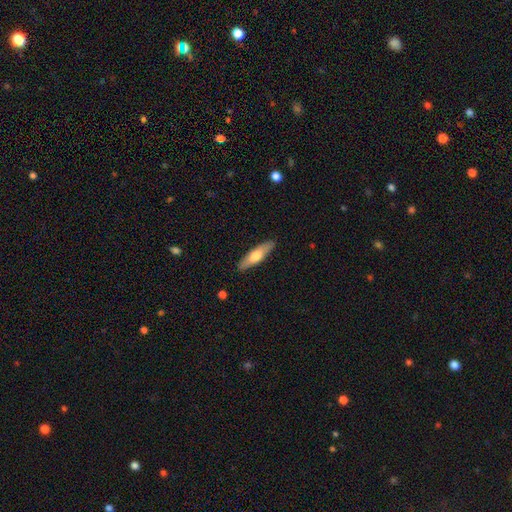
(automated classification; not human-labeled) smooth_or_featured: smooth (p=0.58) [alt: featured or disk p=0.37]
how_rounded: cigar-shaped (p=0.67) [alt: in between p=0.31]
merging: none (p=0.89) [alt: minor disturbance p=0.08]